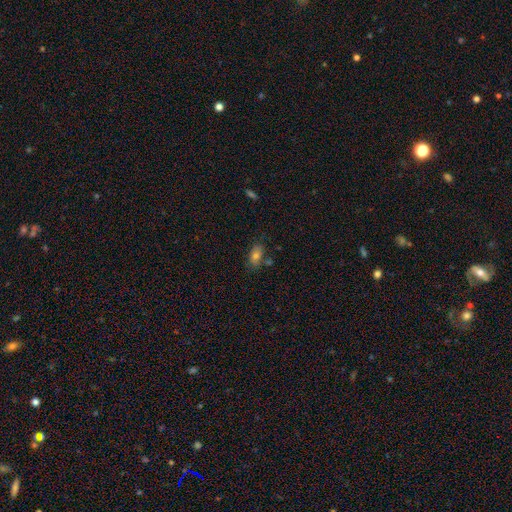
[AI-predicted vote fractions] Overall: smooth (75%). How rounded: in between (86%). Merging: none (70%).